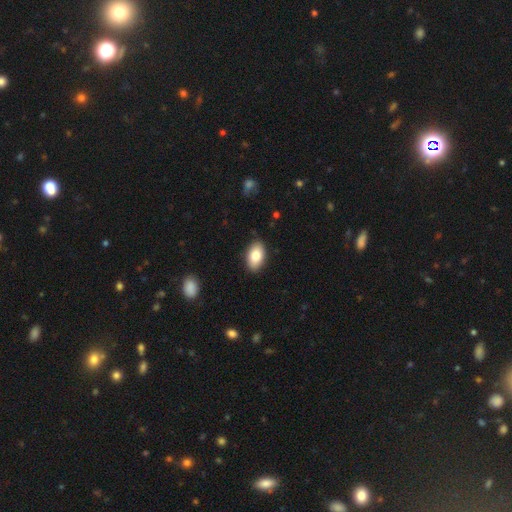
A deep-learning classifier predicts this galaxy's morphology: Q: Smooth or featured?
A: smooth (82%); runner-up: featured or disk (11%)
Q: How rounded?
A: in between (93%); runner-up: round (6%)
Q: Merging?
A: none (88%); runner-up: minor disturbance (9%)